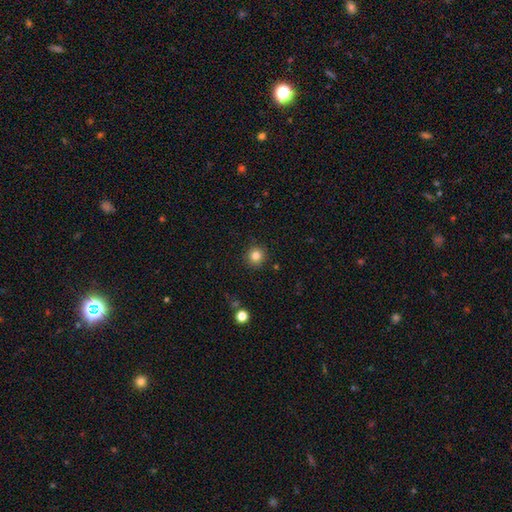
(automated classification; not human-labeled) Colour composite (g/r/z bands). It shows a smooth galaxy with no disk features (82%) that is round (94%). Merging: none (90%).